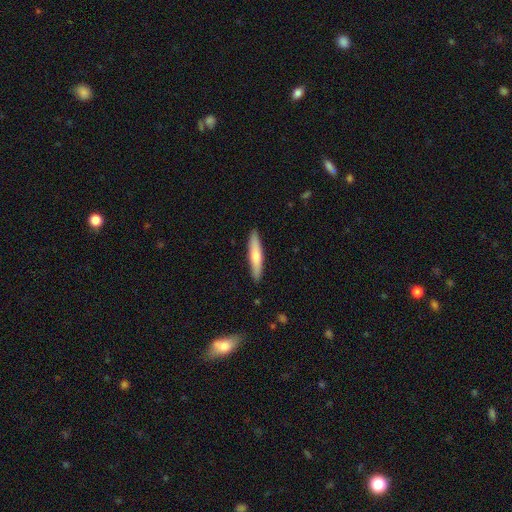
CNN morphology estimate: Smooth or featured? smooth (63%)
How rounded? cigar-shaped (88%)
Merging? none (90%)